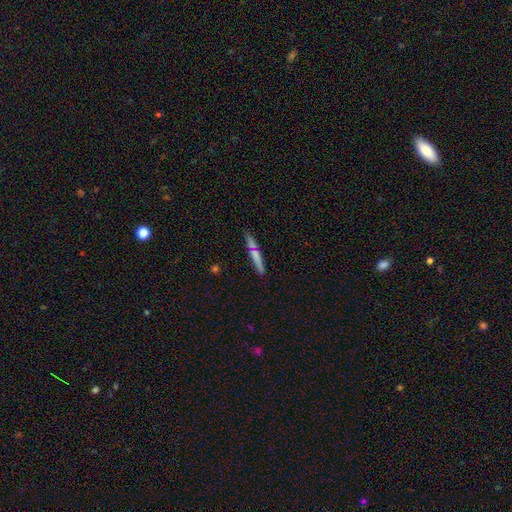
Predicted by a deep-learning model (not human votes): The model was most divided on "smooth or featured": smooth: 64%, featured or disk: 28%, star or artifact: 8%. More confident: how rounded — cigar-shaped (92%); merging — none (79%).